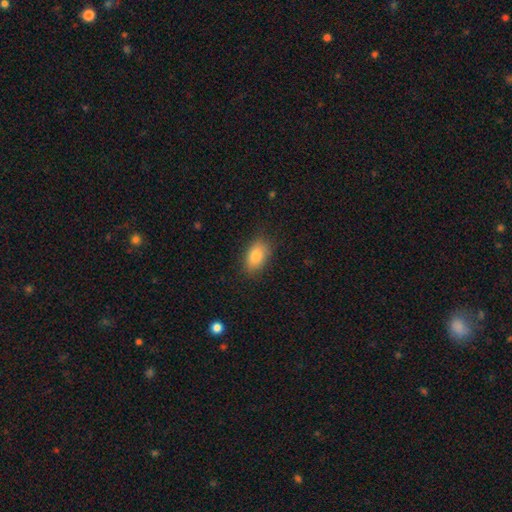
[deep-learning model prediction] Smooth or featured? smooth (84%)
How rounded? in between (89%)
Merging? none (82%)